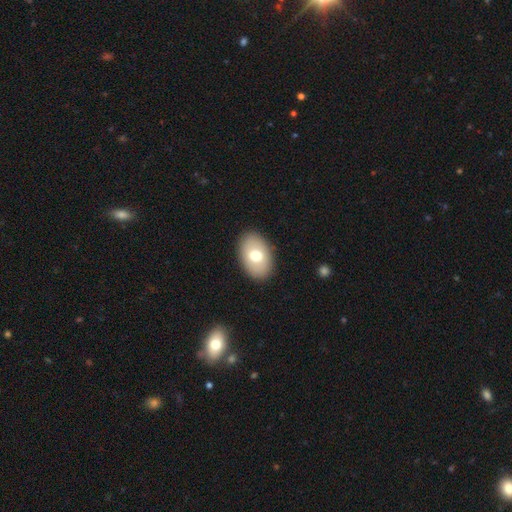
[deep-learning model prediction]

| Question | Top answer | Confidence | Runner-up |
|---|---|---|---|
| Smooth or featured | smooth | 71% | featured or disk (22%) |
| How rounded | in between | 88% | round (11%) |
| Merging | none | 89% | minor disturbance (8%) |